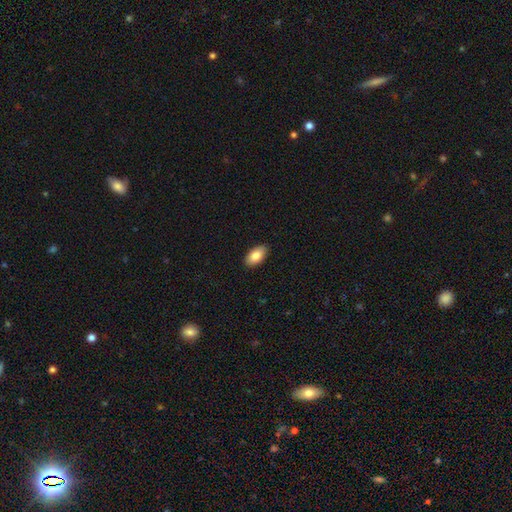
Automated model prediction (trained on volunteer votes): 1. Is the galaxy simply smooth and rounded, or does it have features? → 83% smooth, 10% featured or disk, 7% star or artifact.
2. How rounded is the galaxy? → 94% in between, 4% round, 2% cigar-shaped.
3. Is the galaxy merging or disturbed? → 90% none, 8% minor disturbance, 2% major disturbance, 1% merger.